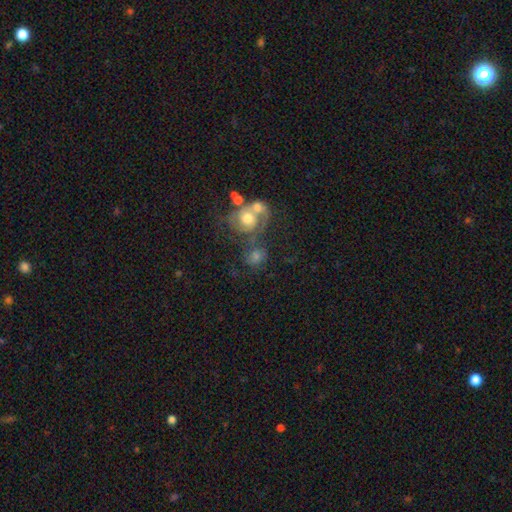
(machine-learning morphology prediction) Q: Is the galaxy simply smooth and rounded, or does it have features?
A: featured or disk — 51%.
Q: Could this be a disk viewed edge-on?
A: no — 96%.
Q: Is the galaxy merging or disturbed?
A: merger — 50%.